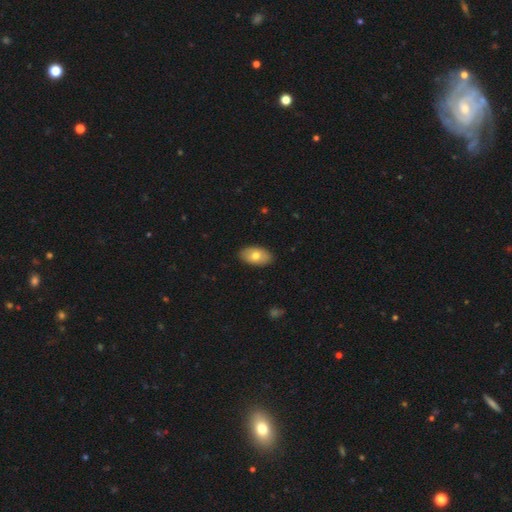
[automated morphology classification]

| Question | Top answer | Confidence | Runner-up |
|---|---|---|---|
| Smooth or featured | smooth | 71% | featured or disk (22%) |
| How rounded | in between | 93% | round (5%) |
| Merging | none | 88% | minor disturbance (9%) |